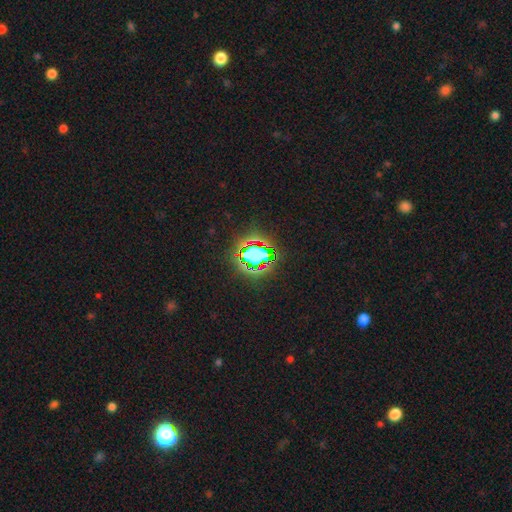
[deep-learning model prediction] Smooth or featured?
  - star or artifact: 64% *
  - smooth: 23%
  - featured or disk: 13%